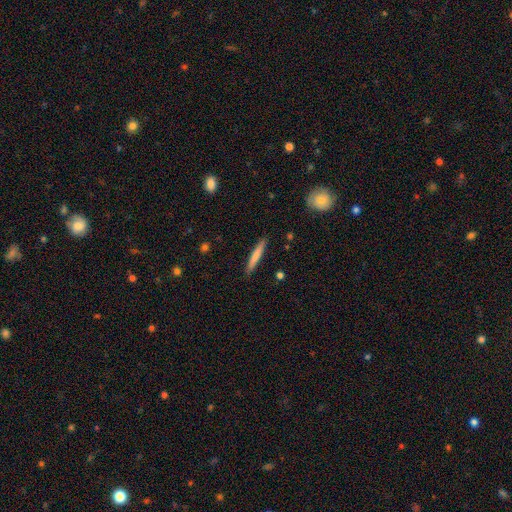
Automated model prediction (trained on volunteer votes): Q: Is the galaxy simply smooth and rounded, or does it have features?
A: smooth — 73%.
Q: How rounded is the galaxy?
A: cigar-shaped — 95%.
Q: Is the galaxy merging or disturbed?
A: none — 90%.